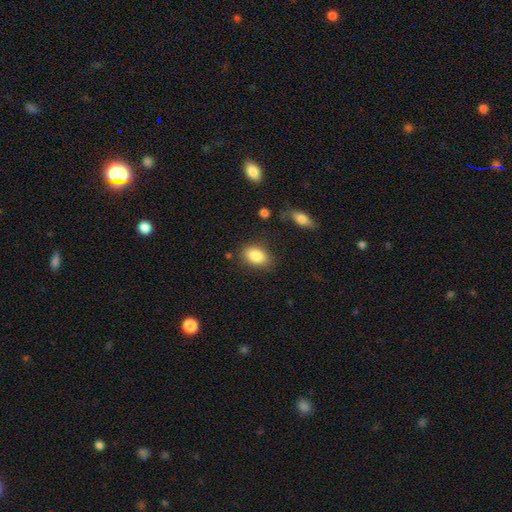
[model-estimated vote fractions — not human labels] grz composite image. It shows a smooth galaxy with no disk features (86%) that is in between round and cigar-shaped (84%). Merging: none (80%).